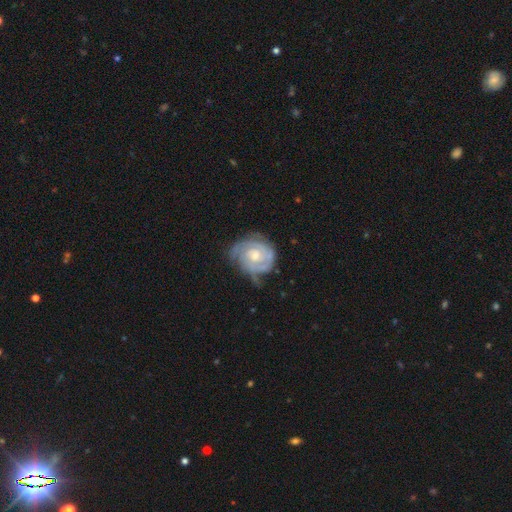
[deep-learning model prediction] This appears to be a featured or disk galaxy (86%) with no bar (68%), 2 (50%) tight (75%) spiral arms (96%) and a moderate central bulge (51%). Merging: none (63%).